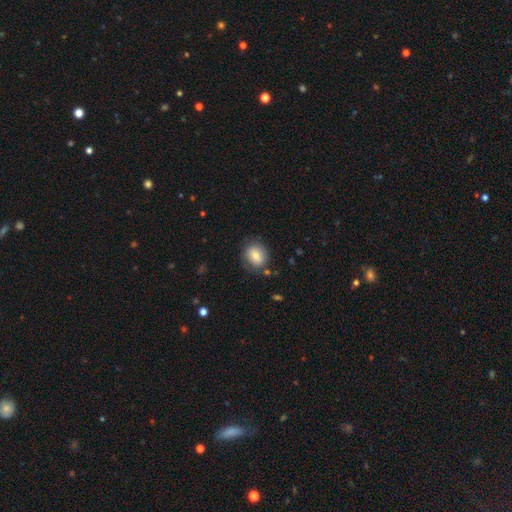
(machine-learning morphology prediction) smooth_or_featured: smooth (p=0.77) [alt: featured or disk p=0.14]
how_rounded: round (p=0.62) [alt: in between p=0.37]
merging: none (p=0.79) [alt: minor disturbance p=0.14]